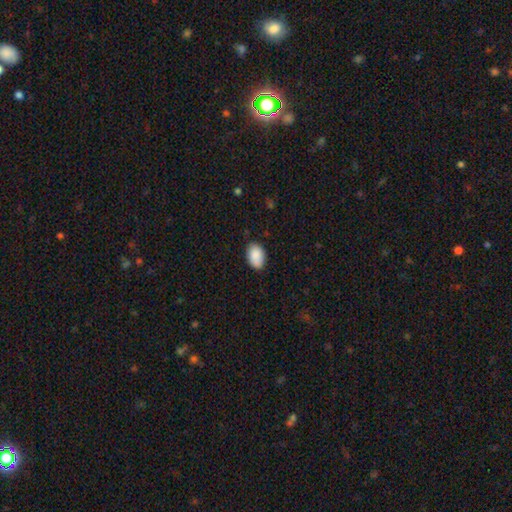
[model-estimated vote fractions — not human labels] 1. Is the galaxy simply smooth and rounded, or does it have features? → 89% smooth, 6% star or artifact, 4% featured or disk.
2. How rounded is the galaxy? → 90% in between, 9% round, 1% cigar-shaped.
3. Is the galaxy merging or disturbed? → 83% none, 13% minor disturbance, 2% major disturbance, 1% merger.